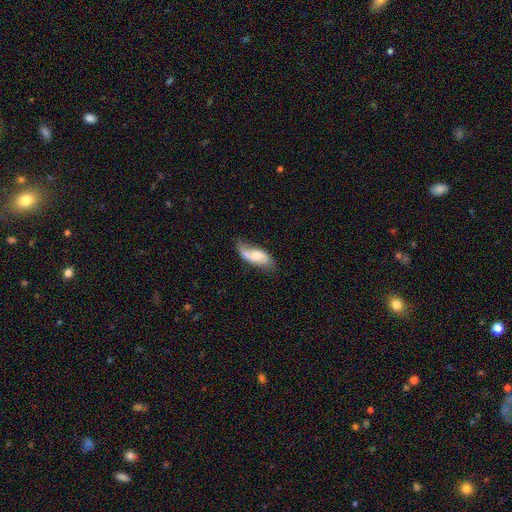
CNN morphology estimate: Smooth or featured?
  - featured or disk: 53% *
  - smooth: 40%
  - star or artifact: 7%
Edge-on disk?
  - no: 89% *
  - yes: 11%
Merging?
  - none: 51% *
  - minor disturbance: 31%
  - major disturbance: 13%
  - merger: 5%